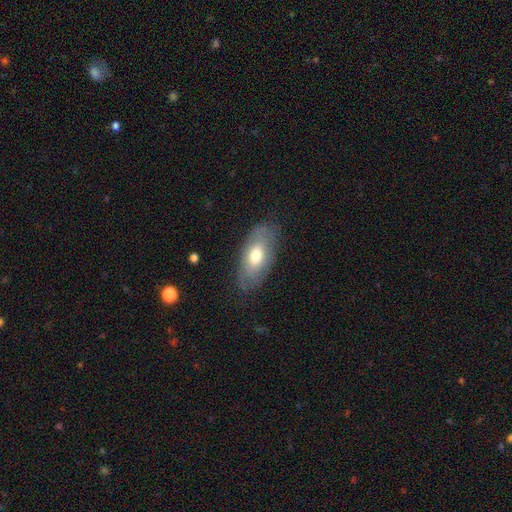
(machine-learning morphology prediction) smooth 61%, featured or disk 32%, star or artifact 6%. Down the decision tree: how rounded — in between (91%); merging — none (76%).